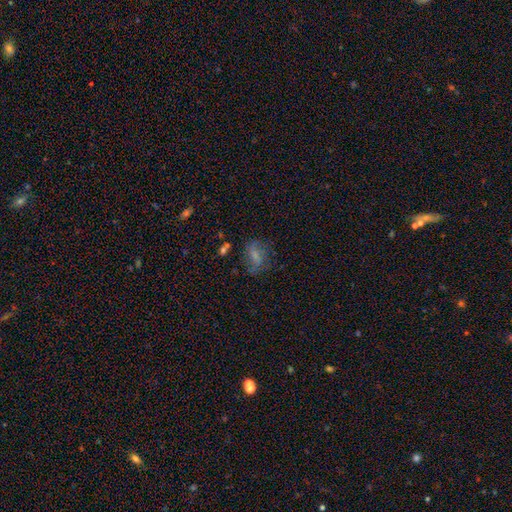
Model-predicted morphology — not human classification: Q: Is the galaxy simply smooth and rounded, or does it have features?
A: smooth — 49%.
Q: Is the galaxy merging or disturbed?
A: none — 55%.